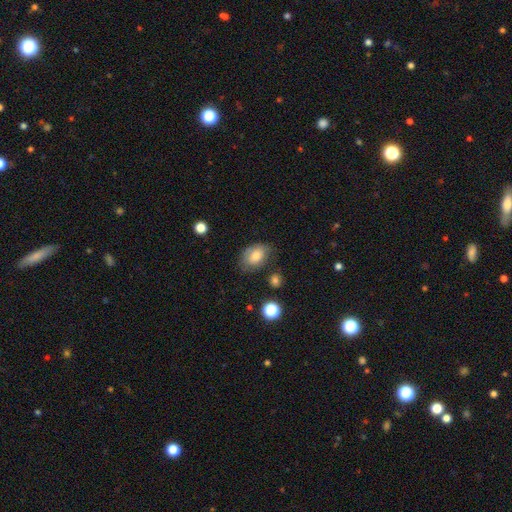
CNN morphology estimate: This is likely a smooth galaxy (76%). How rounded: clearly in between (84%). Merging: likely none (64%).